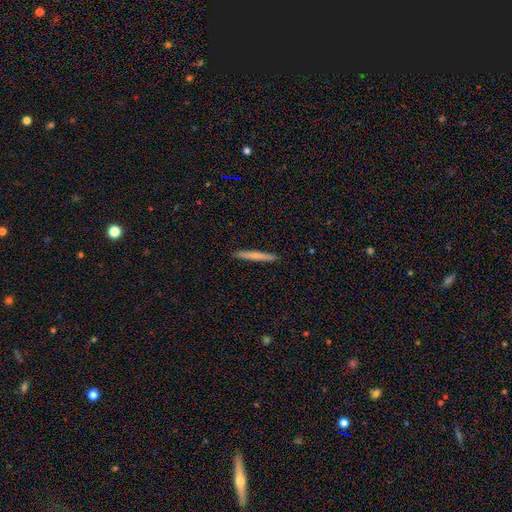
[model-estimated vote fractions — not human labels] smooth-or-featured: smooth: 69% | featured or disk: 26% | star or artifact: 6%
  how-rounded: cigar-shaped: 97% | in between: 2% | round: 1%
  merging: none: 92% | minor disturbance: 5% | major disturbance: 1% | merger: 1%